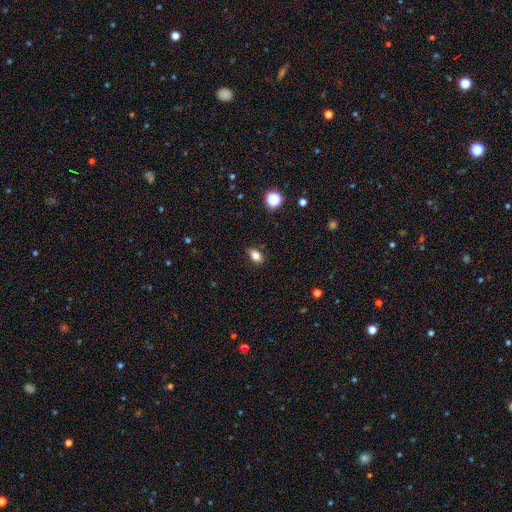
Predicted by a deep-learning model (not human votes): A smooth galaxy with no disk features (80%) that is in between round and cigar-shaped (82%).

Vote fractions:
- Smooth or featured? smooth: 80% / star or artifact: 11% / featured or disk: 9%
- How rounded? in between: 82% / round: 16% / cigar-shaped: 2%
- Merging? none: 87% / minor disturbance: 10% / major disturbance: 2% / merger: 1%